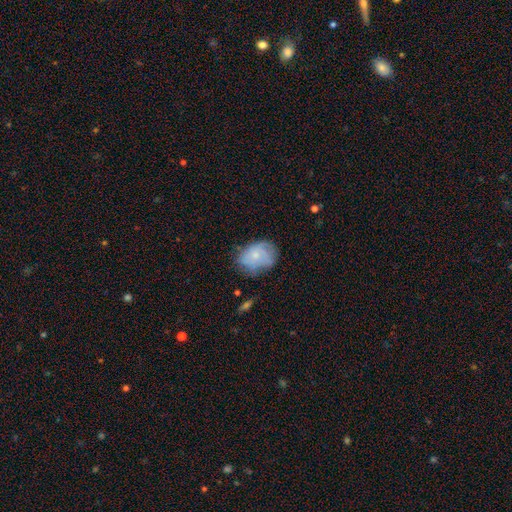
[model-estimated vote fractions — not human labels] A smooth galaxy with no disk features (58%) that is in between round and cigar-shaped (65%). Merging: none (53%).